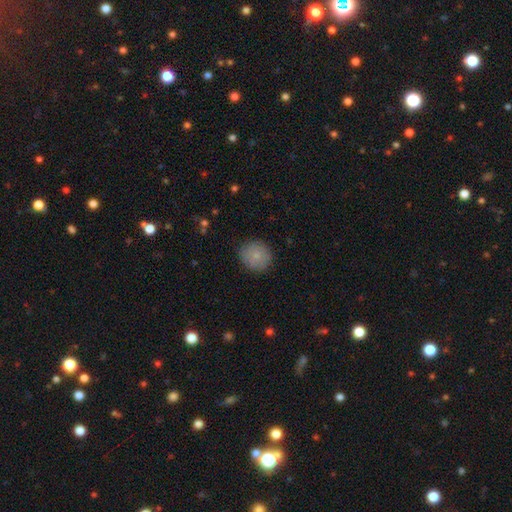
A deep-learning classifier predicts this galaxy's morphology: smooth_or_featured: smooth (p=0.82) [alt: featured or disk p=0.11]
how_rounded: round (p=0.90) [alt: in between p=0.09]
merging: none (p=0.85) [alt: minor disturbance p=0.11]